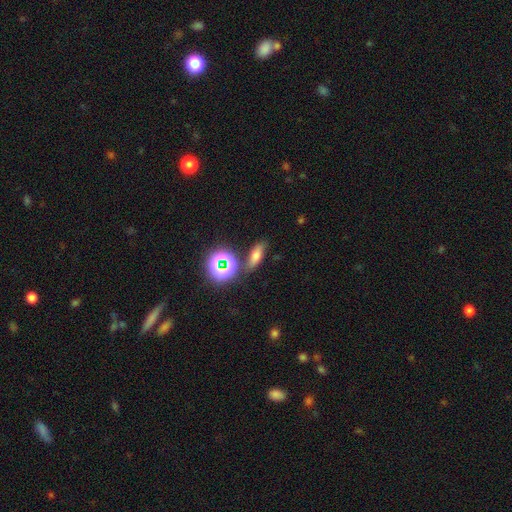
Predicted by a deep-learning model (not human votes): smooth_or_featured: smooth (p=0.60) [alt: star or artifact p=0.23]
how_rounded: in between (p=0.60) [alt: cigar-shaped p=0.25]
merging: none (p=0.73) [alt: minor disturbance p=0.14]